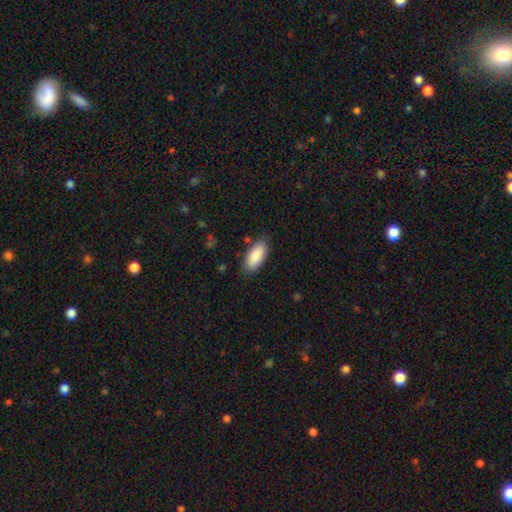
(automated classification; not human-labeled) This is clearly a smooth galaxy (88%). How rounded: clearly in between (87%). Merging: clearly none (83%).